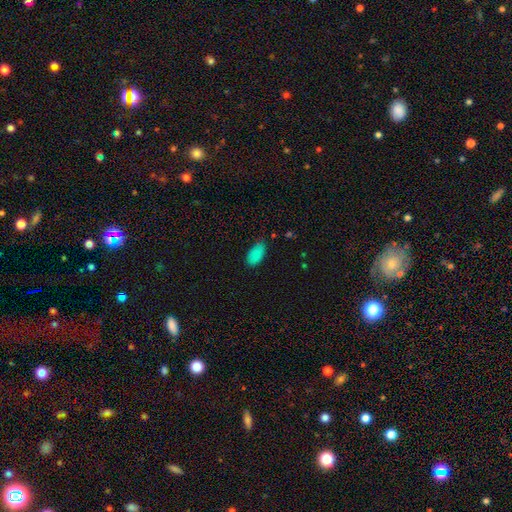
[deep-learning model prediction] This appears to be a smooth galaxy with no disk features (87%) that is in between round and cigar-shaped (93%). Merging: none (68%).